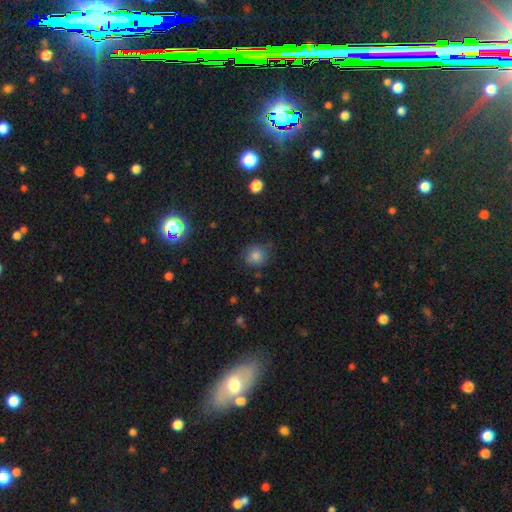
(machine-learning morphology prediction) The model was most divided on "merging": none: 76%, minor disturbance: 18%, major disturbance: 5%, merger: 2%. More confident: how rounded — round (85%); smooth or featured — smooth (79%).